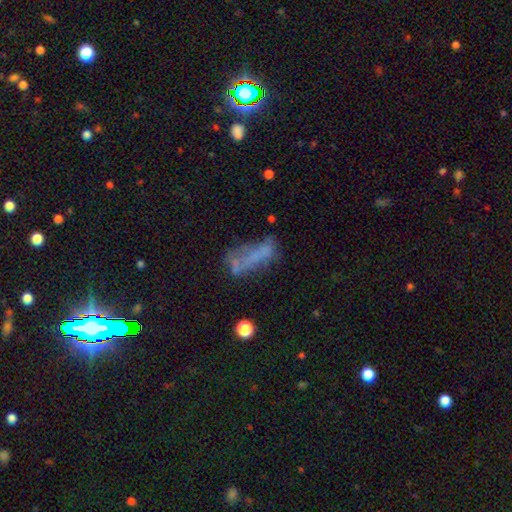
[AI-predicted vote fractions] Q: Smooth or featured?
A: smooth (44%); runner-up: featured or disk (39%)
Q: Merging?
A: none (38%); runner-up: major disturbance (27%)